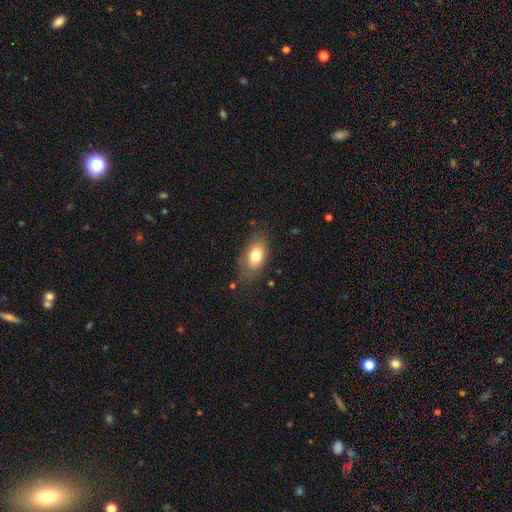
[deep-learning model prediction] Smooth or featured? Predicted: smooth (p=0.77). How rounded? Predicted: in between (p=0.88). Merging? Predicted: none (p=0.72).